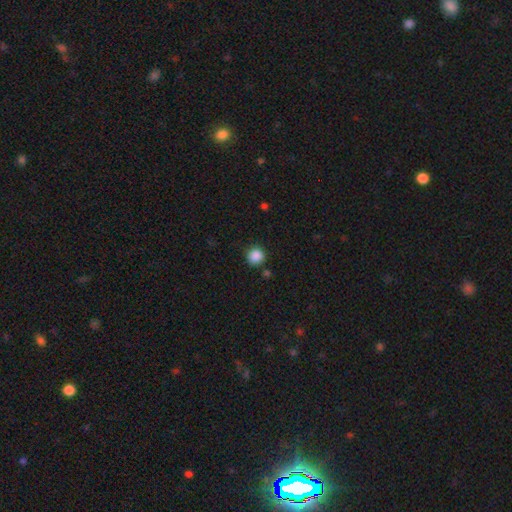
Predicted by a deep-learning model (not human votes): Smooth or featured? Predicted: smooth (p=0.87). How rounded? Predicted: round (p=0.92). Merging? Predicted: none (p=0.85).